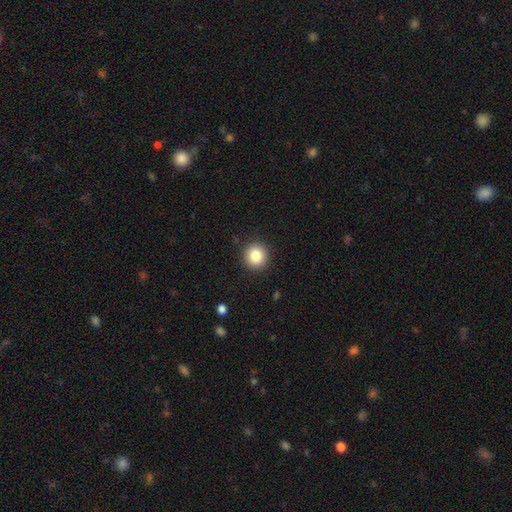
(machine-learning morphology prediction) Smooth or featured? smooth (84%)
How rounded? round (91%)
Merging? none (91%)